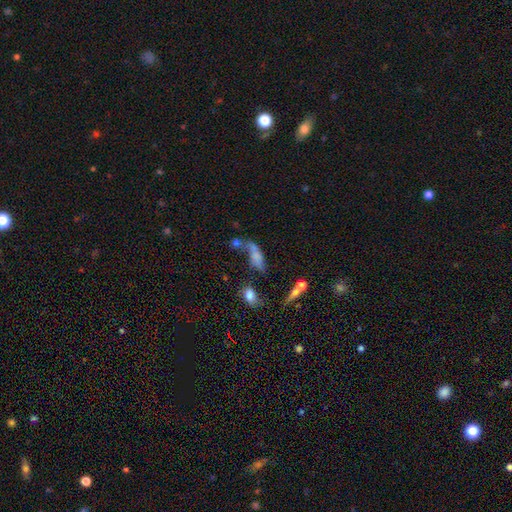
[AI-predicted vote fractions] Smooth or featured? smooth (57%)
How rounded? in between (64%)
Merging? merger (36%)